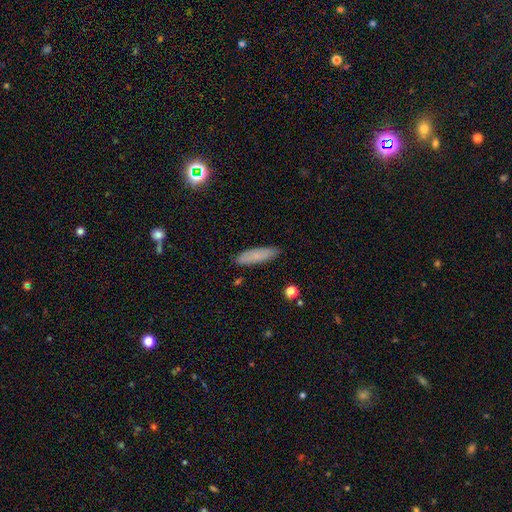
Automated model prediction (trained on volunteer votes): Smooth or featured: smooth — 76% (featured or disk — 16%)
How rounded: cigar-shaped — 64% (in between — 34%)
Merging: none — 87% (minor disturbance — 10%)